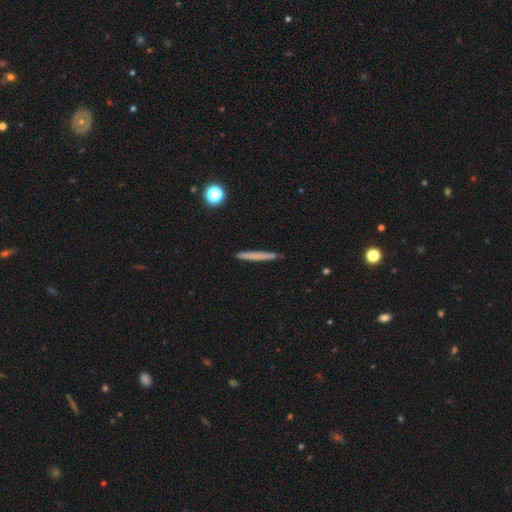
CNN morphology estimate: Smooth or featured? Predicted: smooth (p=0.65). How rounded? Predicted: cigar-shaped (p=0.96). Merging? Predicted: none (p=0.89).